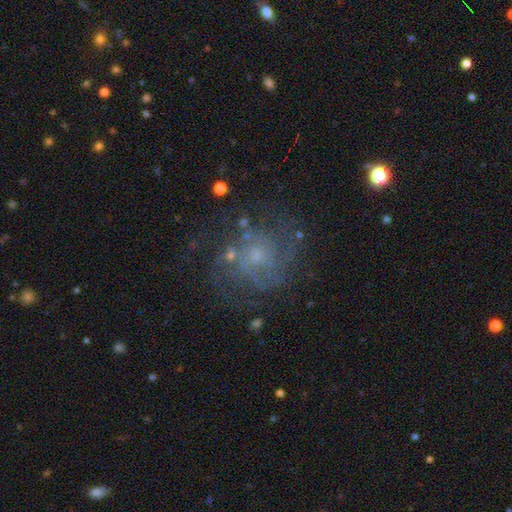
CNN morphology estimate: Smooth or featured? featured or disk (67%)
Edge-on disk? no (98%)
Bar? no (78%)
Spiral arms? yes (81%)
Spiral winding? tight (44%)
Spiral arm count? can't tell (44%)
Bulge size? small (57%)
Merging? none (67%)